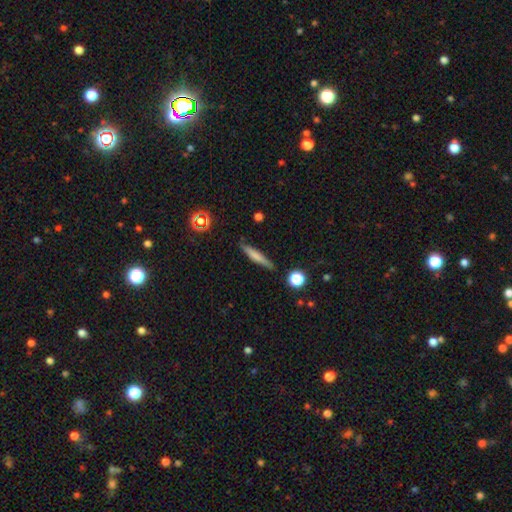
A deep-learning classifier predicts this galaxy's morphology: smooth 62%, featured or disk 30%, star or artifact 8%. Down the decision tree: how rounded — cigar-shaped (91%); merging — none (86%).